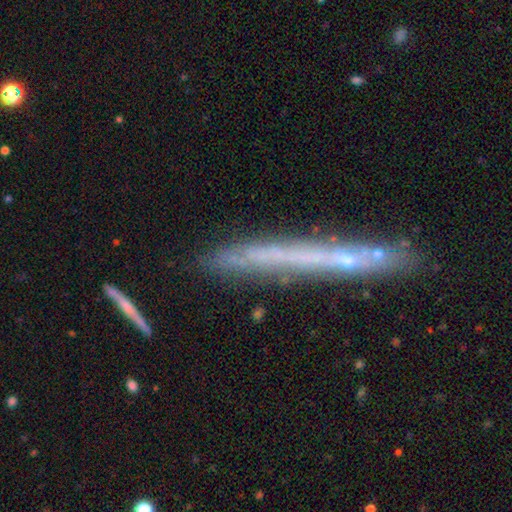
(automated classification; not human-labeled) Smooth or featured: featured or disk — 43% (smooth — 39%)
Merging: none — 78% (minor disturbance — 12%)